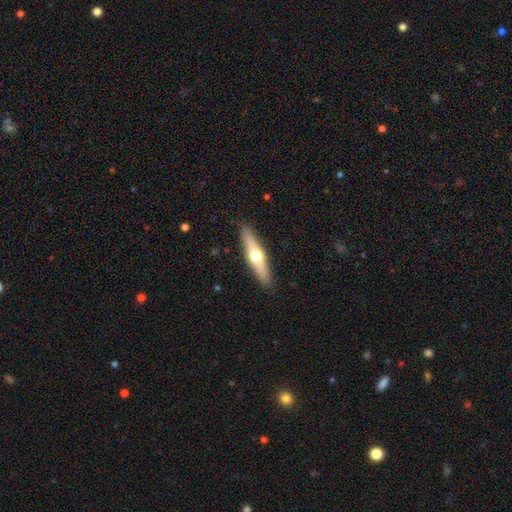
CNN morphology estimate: featured or disk 49%, smooth 46%, star or artifact 5%. Down the decision tree: merging — none (90%).